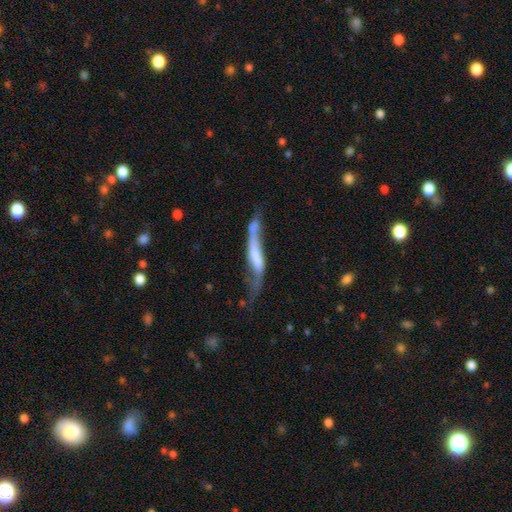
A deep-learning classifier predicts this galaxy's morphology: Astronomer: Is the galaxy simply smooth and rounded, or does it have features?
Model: featured or disk — 63%.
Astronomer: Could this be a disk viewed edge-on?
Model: no — 62% (runner-up: yes, 38%).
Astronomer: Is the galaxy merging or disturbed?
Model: none — 32% (runner-up: major disturbance, 28%).